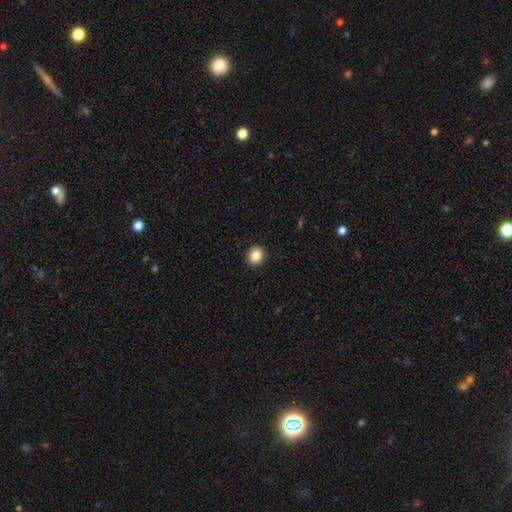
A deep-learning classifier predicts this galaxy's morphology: smooth_or_featured: smooth (p=0.86) [alt: star or artifact p=0.10]
how_rounded: round (p=0.82) [alt: in between p=0.17]
merging: none (p=0.92) [alt: minor disturbance p=0.05]